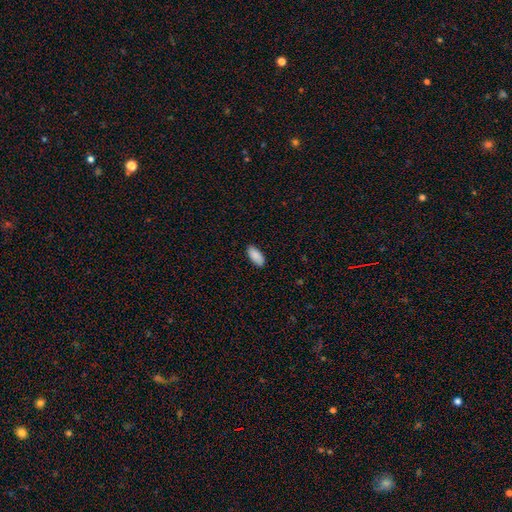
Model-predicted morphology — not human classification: Smooth or featured? smooth (90%)
How rounded? in between (90%)
Merging? none (89%)